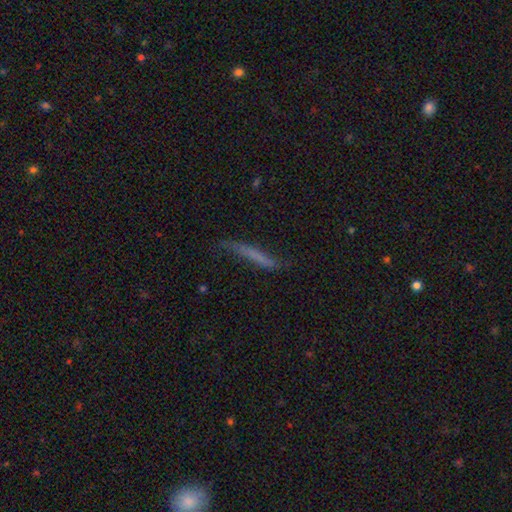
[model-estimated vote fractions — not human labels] smooth 54%, featured or disk 37%, star or artifact 9%. Down the decision tree: how rounded — cigar-shaped (93%); merging — none (60%).